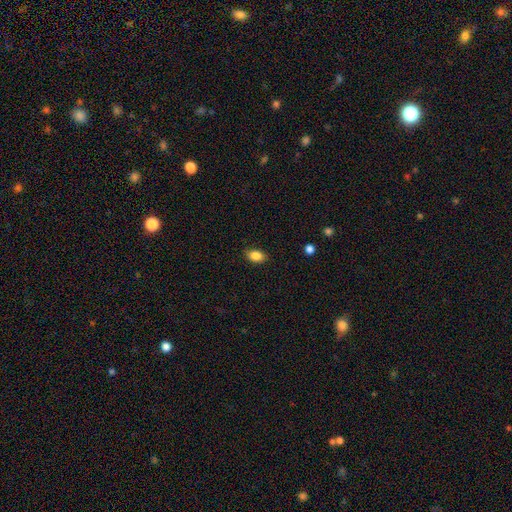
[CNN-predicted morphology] smooth_or_featured: smooth (p=0.86) [alt: star or artifact p=0.09]
how_rounded: in between (p=0.86) [alt: round p=0.12]
merging: none (p=0.86) [alt: minor disturbance p=0.10]